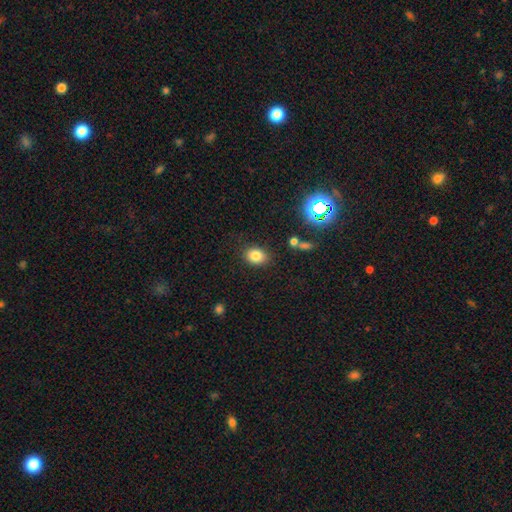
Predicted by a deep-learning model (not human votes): smooth 82%, star or artifact 11%, featured or disk 7%. Down the decision tree: how rounded — in between (63%); merging — none (84%).